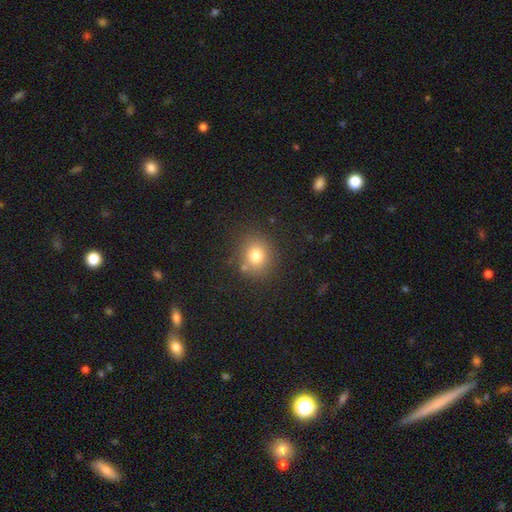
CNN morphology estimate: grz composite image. It shows a smooth galaxy with no disk features (76%) that is round (80%). Merging: none (80%).